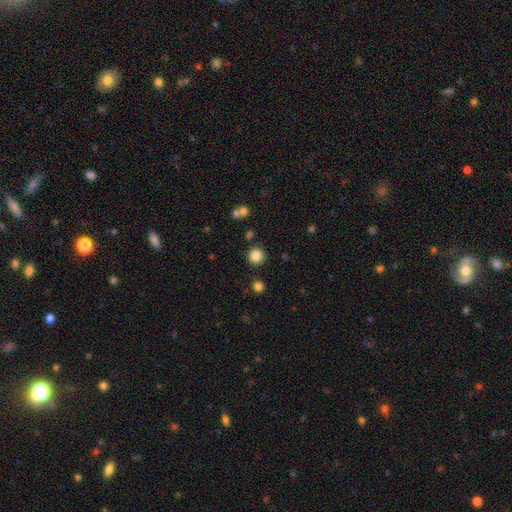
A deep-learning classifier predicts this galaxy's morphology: type=smooth (84%); roundness=round (93%); merging=none (88%).